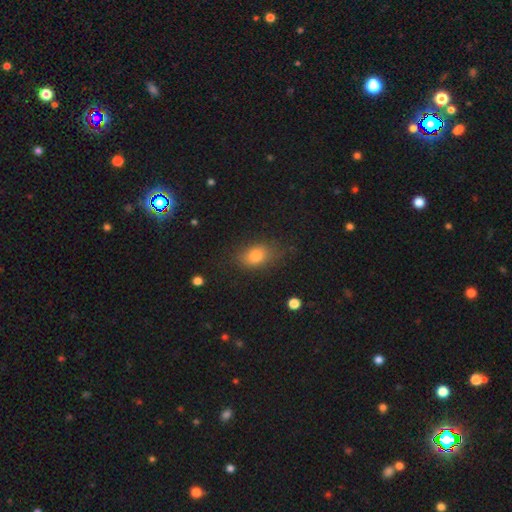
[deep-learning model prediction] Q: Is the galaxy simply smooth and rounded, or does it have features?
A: smooth — 79%.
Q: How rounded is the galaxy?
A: in between — 76%.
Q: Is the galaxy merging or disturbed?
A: none — 69%.